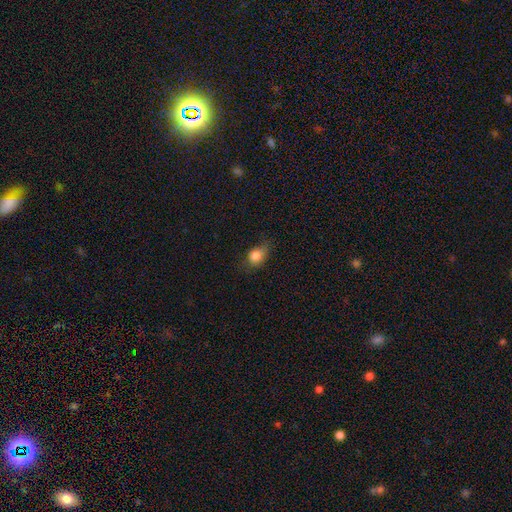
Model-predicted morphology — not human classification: This is clearly a smooth galaxy (82%). How rounded: possibly in between (50%). Merging: possibly none (49%).